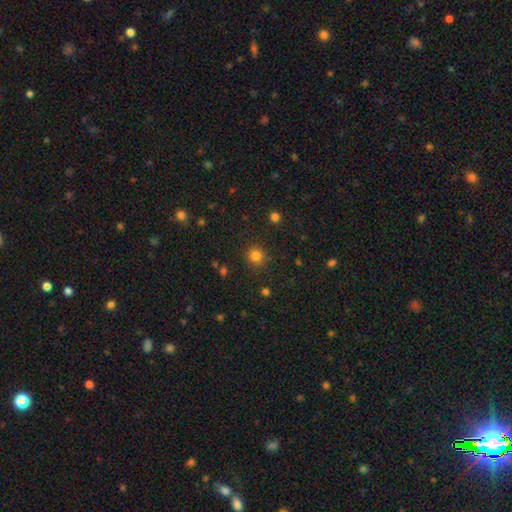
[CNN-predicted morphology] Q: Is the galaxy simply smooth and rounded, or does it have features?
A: smooth — 81%.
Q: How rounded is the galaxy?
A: round — 92%.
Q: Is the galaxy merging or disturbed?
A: none — 87%.